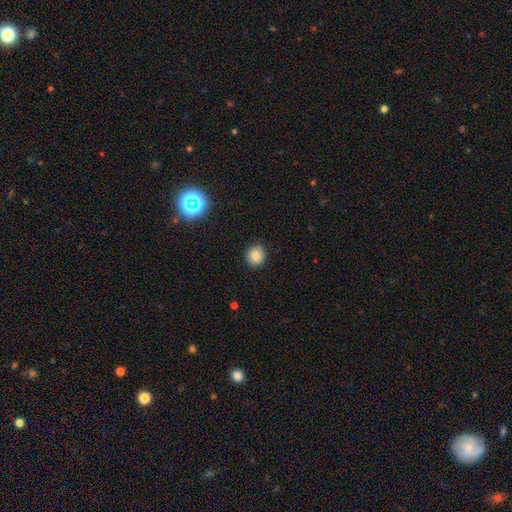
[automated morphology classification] Smooth or featured?
  - smooth: 85% *
  - star or artifact: 11%
  - featured or disk: 4%
How rounded?
  - round: 86% *
  - in between: 13%
  - cigar-shaped: 1%
Merging?
  - none: 89% *
  - minor disturbance: 7%
  - major disturbance: 2%
  - merger: 1%